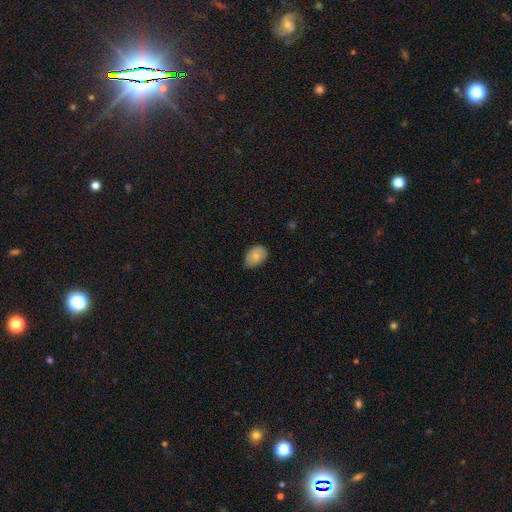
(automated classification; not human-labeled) Q: Smooth or featured?
A: smooth (79%); runner-up: featured or disk (14%)
Q: How rounded?
A: in between (82%); runner-up: round (17%)
Q: Merging?
A: none (64%); runner-up: minor disturbance (31%)